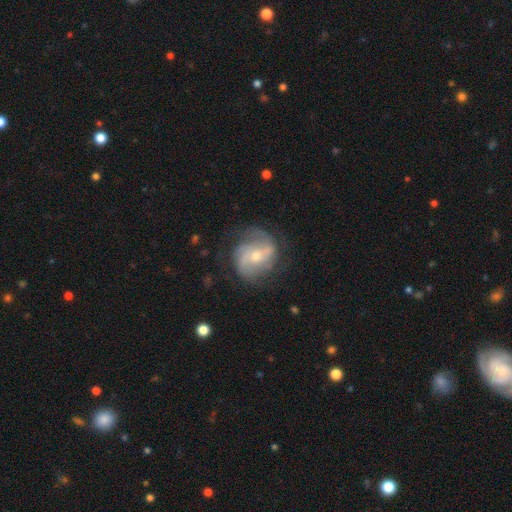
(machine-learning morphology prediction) smooth-or-featured: featured or disk: 79% | smooth: 13% | star or artifact: 7%
  disk-edge-on: no: 97% | yes: 3%
    bar: no: 43% | weak: 40% | strong: 17%
    has-spiral-arms: yes: 92% | no: 8%
      spiral-winding: medium: 44% | loose: 29% | tight: 27%
      spiral-arm-count: 2: 57% | can't tell: 17% | 3: 15% | 1: 4% | 4: 4% | more than 4: 3%
    bulge-size: small: 53% | moderate: 43% | large: 2% | none: 1% | dominant: 1%
  merging: none: 67% | minor disturbance: 20% | major disturbance: 11% | merger: 1%